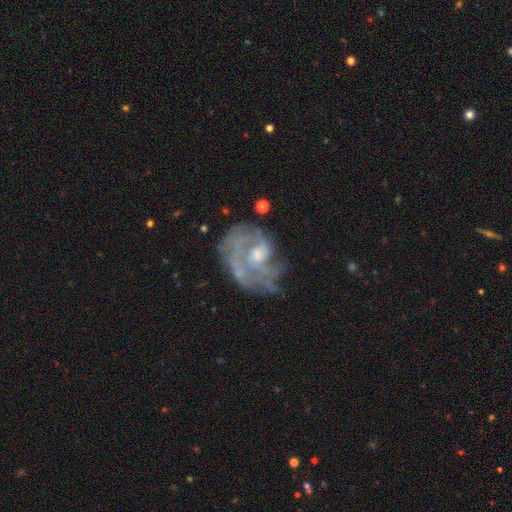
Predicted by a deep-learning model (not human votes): Smooth or featured? Predicted: featured or disk (p=0.76). Edge-on disk? Predicted: no (p=0.97). Bar? Predicted: no (p=0.71). Spiral arms? Predicted: yes (p=0.70). Spiral winding? Predicted: tight (p=0.45). Spiral arm count? Predicted: can't tell (p=0.43). Bulge size? Predicted: moderate (p=0.46). Merging? Predicted: none (p=0.40).